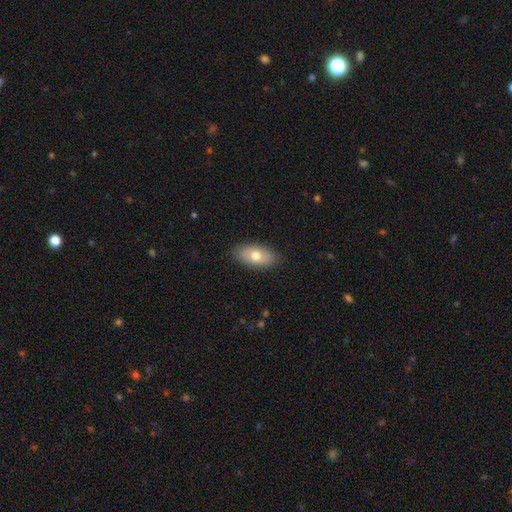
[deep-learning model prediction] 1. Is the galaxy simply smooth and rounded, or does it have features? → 70% smooth, 23% featured or disk, 7% star or artifact.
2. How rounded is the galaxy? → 91% in between, 5% round, 4% cigar-shaped.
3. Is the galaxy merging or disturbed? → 85% none, 11% minor disturbance, 2% major disturbance, 1% merger.